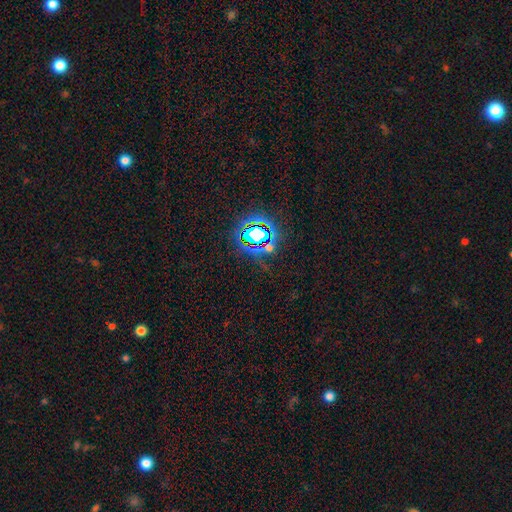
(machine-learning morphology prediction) A star or artifact, not a galaxy (79%).

Vote fractions:
- Smooth or featured? star or artifact: 79% / smooth: 14% / featured or disk: 8%